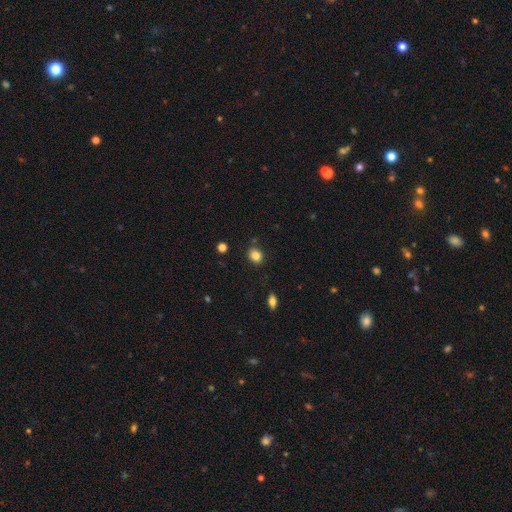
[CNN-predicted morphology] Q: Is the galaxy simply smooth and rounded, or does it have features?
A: smooth — 84%.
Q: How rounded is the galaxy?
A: round — 61%.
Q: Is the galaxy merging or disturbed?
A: none — 84%.